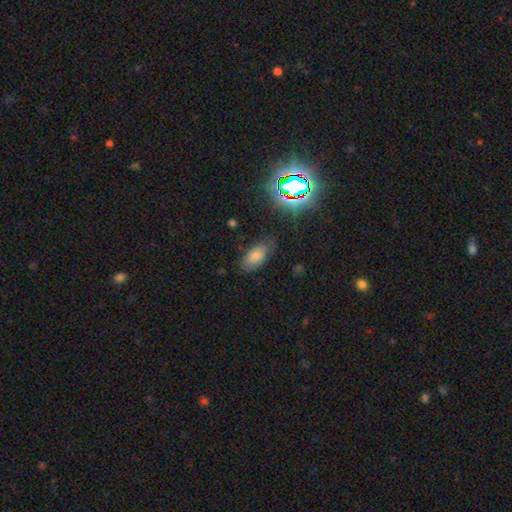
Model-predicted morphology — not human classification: Q: Smooth or featured?
A: smooth (75%); runner-up: star or artifact (14%)
Q: How rounded?
A: in between (91%); runner-up: cigar-shaped (6%)
Q: Merging?
A: none (72%); runner-up: minor disturbance (21%)